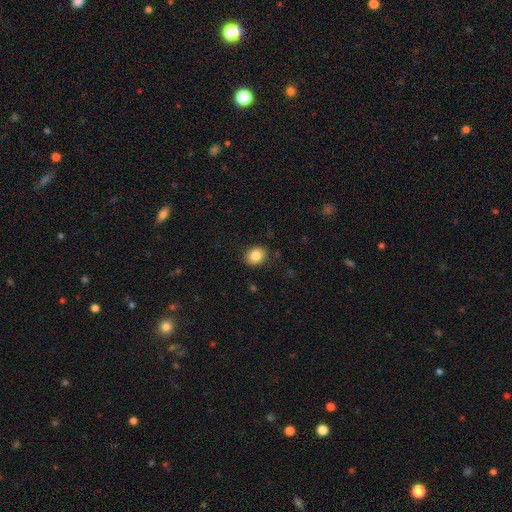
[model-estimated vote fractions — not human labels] This is clearly a smooth galaxy (84%). How rounded: likely round (63%). Merging: clearly none (89%).